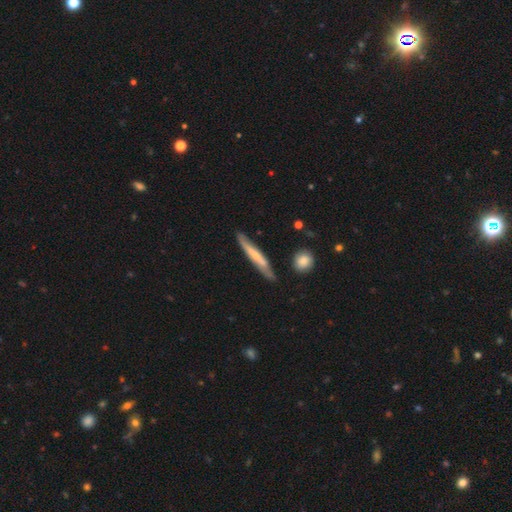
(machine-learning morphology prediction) type=smooth (49%); merging=none (76%).